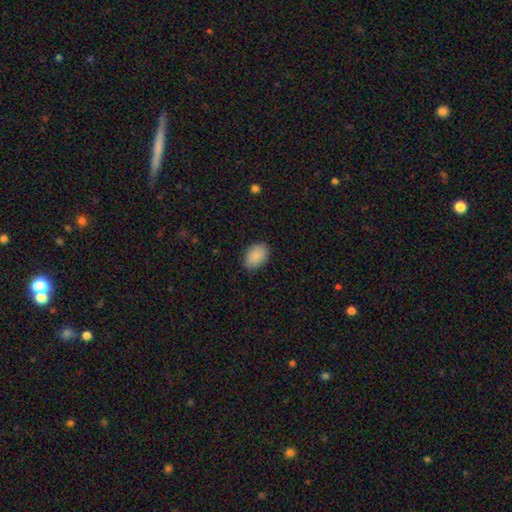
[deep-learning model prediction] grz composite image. It shows a smooth galaxy with no disk features (89%) that is in between round and cigar-shaped (83%). Merging: none (84%).